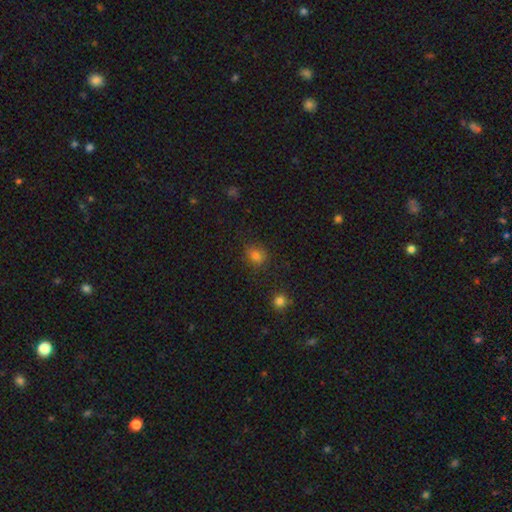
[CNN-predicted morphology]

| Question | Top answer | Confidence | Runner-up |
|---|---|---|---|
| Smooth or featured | smooth | 79% | star or artifact (16%) |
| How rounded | round | 72% | in between (27%) |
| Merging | none | 77% | minor disturbance (16%) |